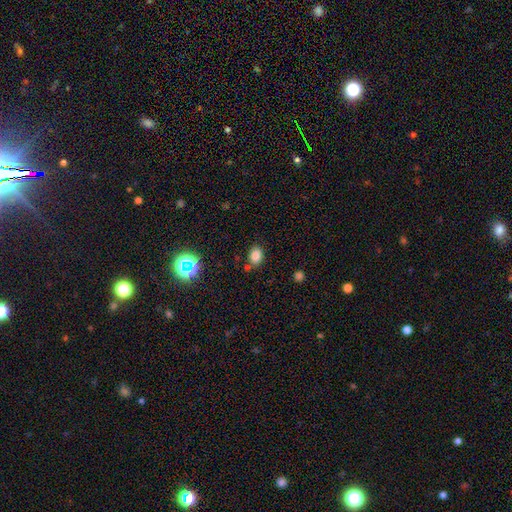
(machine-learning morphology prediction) The model was most divided on "how rounded": in between: 67%, round: 32%, cigar-shaped: 1%. More confident: smooth or featured — smooth (81%); merging — none (77%).